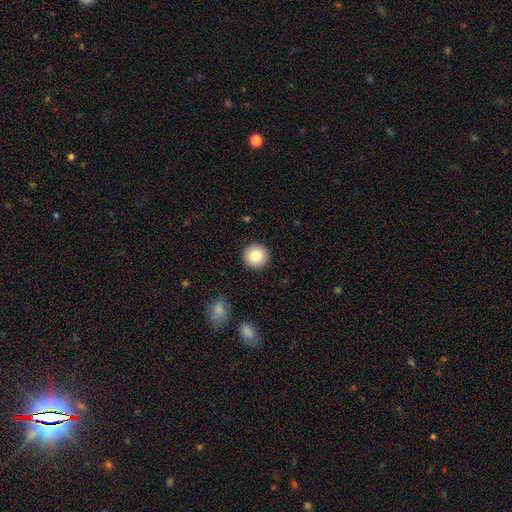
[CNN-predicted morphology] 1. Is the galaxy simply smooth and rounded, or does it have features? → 84% smooth, 9% star or artifact, 8% featured or disk.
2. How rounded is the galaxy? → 95% round, 4% in between, 1% cigar-shaped.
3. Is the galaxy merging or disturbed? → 92% none, 5% minor disturbance, 2% major disturbance, 1% merger.